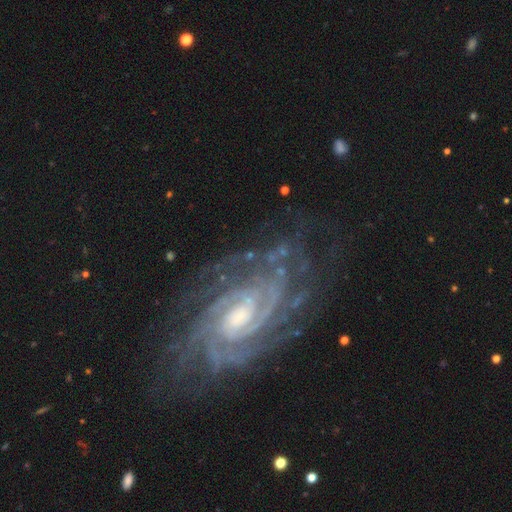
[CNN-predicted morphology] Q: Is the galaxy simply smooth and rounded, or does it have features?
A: featured or disk — 89%.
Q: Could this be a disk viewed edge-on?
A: no — 95%.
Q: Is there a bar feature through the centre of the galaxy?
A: weak — 46%.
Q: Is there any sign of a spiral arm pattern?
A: yes — 98%.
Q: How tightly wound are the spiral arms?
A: tight — 73%.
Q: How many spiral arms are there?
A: can't tell — 24%.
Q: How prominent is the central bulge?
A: moderate — 51%.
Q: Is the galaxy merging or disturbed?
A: none — 78%.